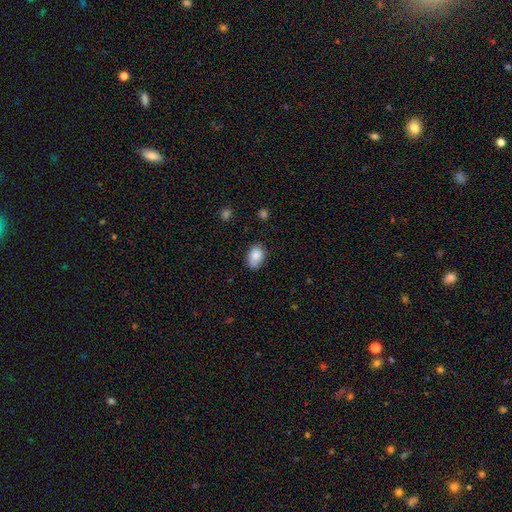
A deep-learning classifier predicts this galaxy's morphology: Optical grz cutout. It shows a smooth galaxy with no disk features (87%) that is in between round and cigar-shaped (86%). Merging: none (74%).